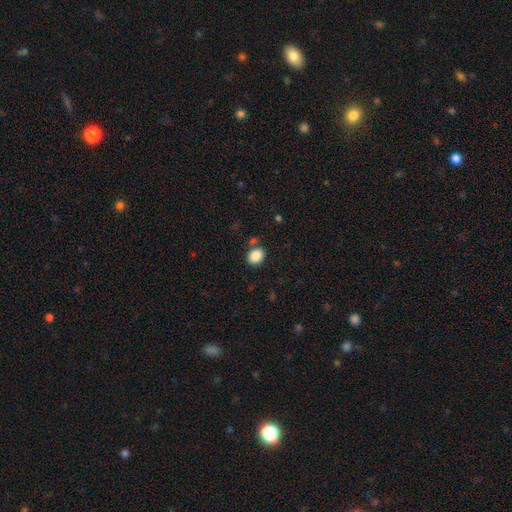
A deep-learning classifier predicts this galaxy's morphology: Smooth or featured? smooth (87%)
How rounded? round (55%)
Merging? none (79%)